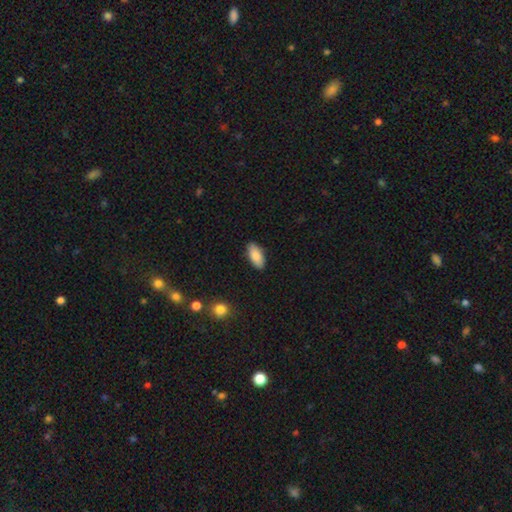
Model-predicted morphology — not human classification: smooth 87%, featured or disk 7%, star or artifact 6%. Down the decision tree: how rounded — in between (88%); merging — none (88%).